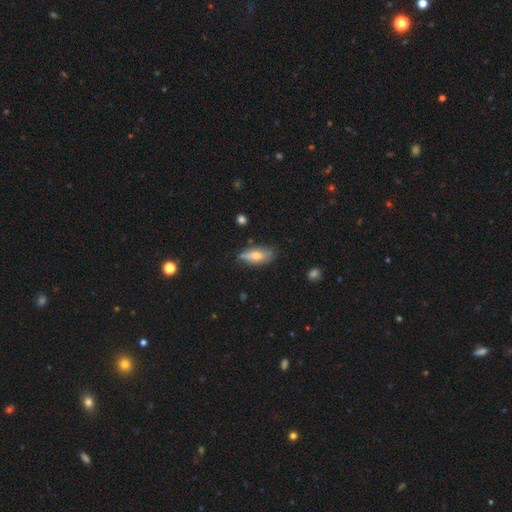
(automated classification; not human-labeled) Smooth or featured?
  - smooth: 60% *
  - featured or disk: 32%
  - star or artifact: 8%
How rounded?
  - in between: 80% *
  - cigar-shaped: 17%
  - round: 4%
Merging?
  - none: 64% *
  - minor disturbance: 27%
  - major disturbance: 6%
  - merger: 3%